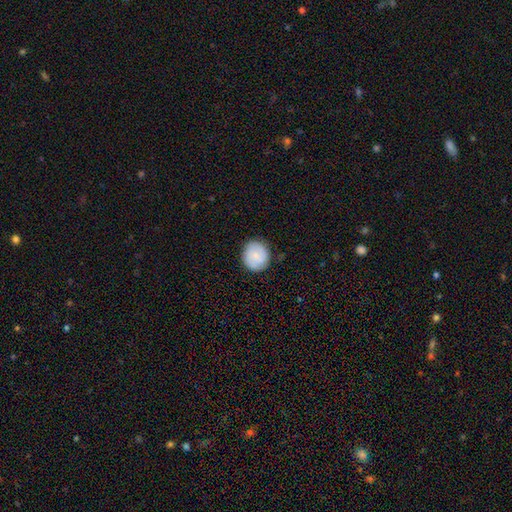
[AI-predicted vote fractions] A smooth galaxy with no disk features (66%) that is round (87%). Merging: none (86%).